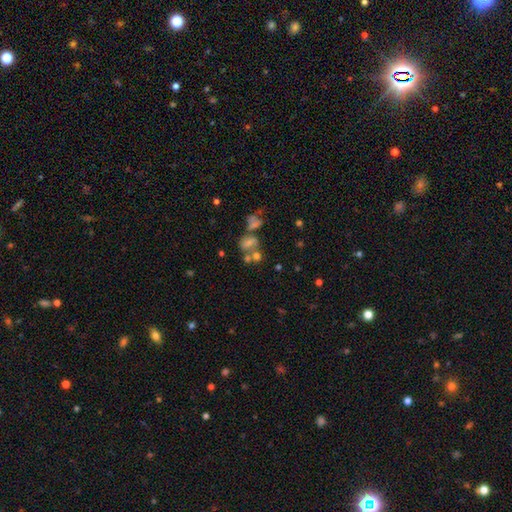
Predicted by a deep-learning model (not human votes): Morphology: type=star or artifact (40%).